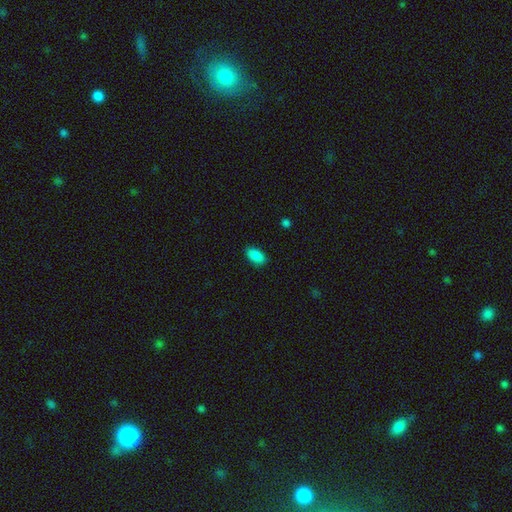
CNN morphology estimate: type=smooth (89%); roundness=in between (93%); merging=none (87%).